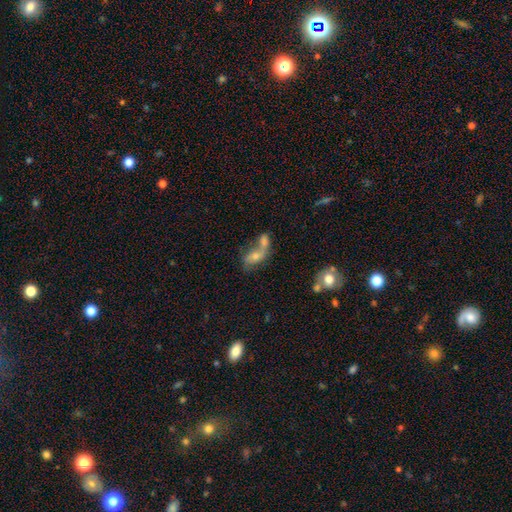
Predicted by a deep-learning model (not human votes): A smooth galaxy with no disk features (45%).

Vote fractions:
- Smooth or featured? smooth: 45% / featured or disk: 42% / star or artifact: 12%
- Merging? merger: 58% / none: 23% / minor disturbance: 9% / major disturbance: 9%